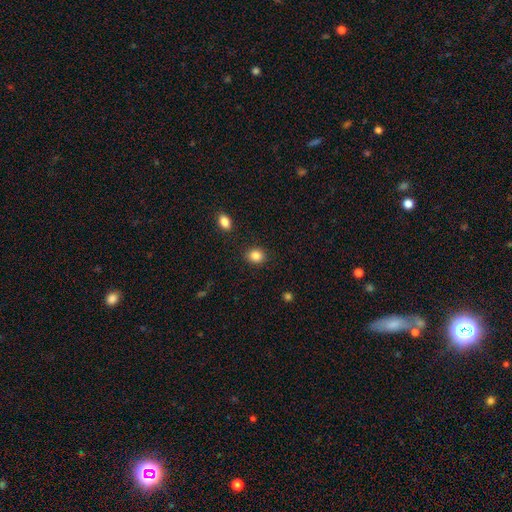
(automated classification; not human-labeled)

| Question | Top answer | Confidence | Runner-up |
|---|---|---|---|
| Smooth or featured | smooth | 86% | star or artifact (10%) |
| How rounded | round | 64% | in between (35%) |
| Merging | none | 89% | minor disturbance (7%) |